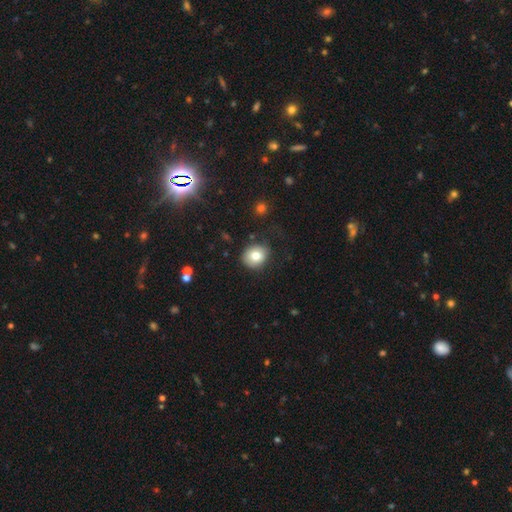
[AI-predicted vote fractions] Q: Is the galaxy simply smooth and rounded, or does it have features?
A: smooth — 78%.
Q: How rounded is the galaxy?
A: round — 70%.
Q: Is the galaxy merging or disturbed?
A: none — 79%.